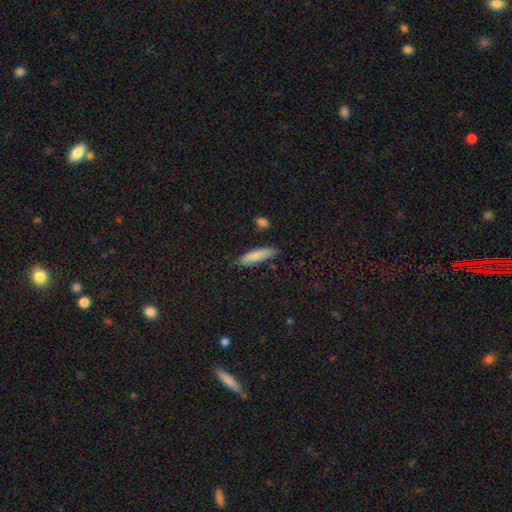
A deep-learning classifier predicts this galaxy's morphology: This is clearly a smooth galaxy (84%). How rounded: likely cigar-shaped (67%). Merging: clearly none (80%).